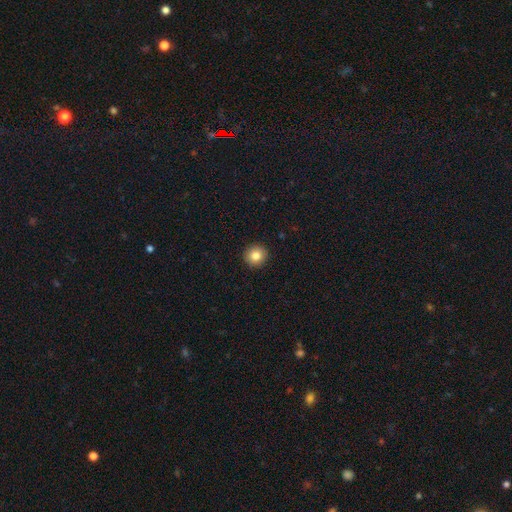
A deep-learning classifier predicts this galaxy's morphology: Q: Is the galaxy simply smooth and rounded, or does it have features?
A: smooth — 84%.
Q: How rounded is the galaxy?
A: round — 92%.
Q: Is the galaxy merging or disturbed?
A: none — 92%.